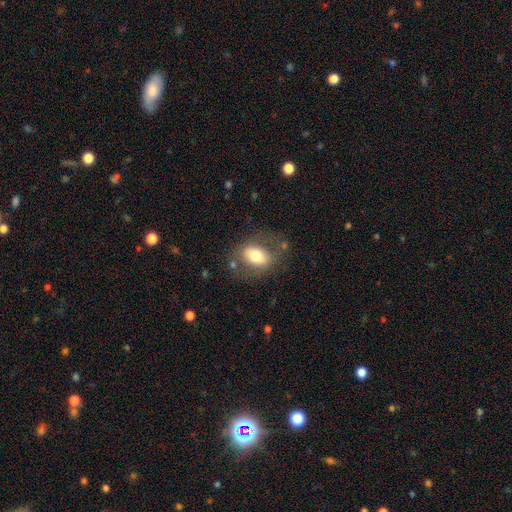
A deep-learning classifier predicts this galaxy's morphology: smooth 65%, featured or disk 27%, star or artifact 8%. Down the decision tree: how rounded — in between (77%); merging — none (65%).